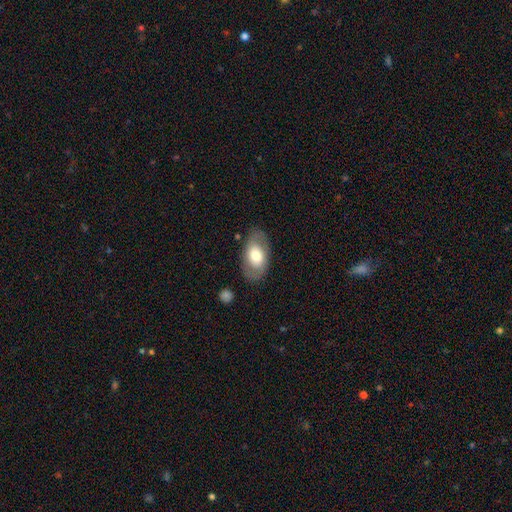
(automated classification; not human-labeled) This appears to be a smooth galaxy with no disk features (61%) that is in between round and cigar-shaped (92%). Merging: none (81%).